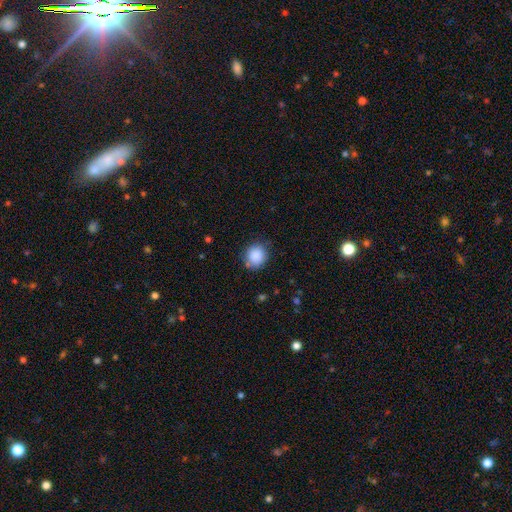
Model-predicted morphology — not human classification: Smooth or featured: smooth — 88% (star or artifact — 8%)
How rounded: round — 82% (in between — 17%)
Merging: none — 80% (minor disturbance — 14%)